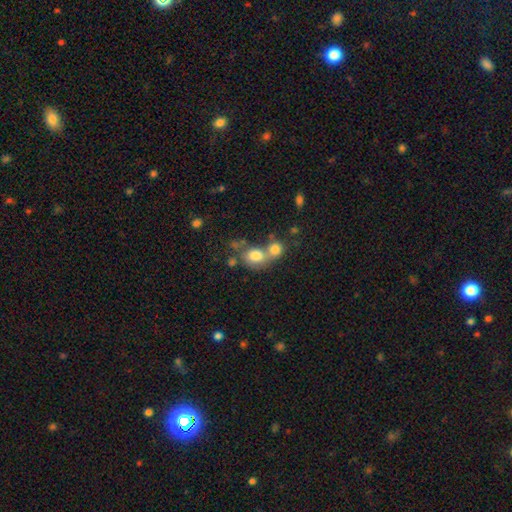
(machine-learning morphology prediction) smooth_or_featured: smooth (p=0.75) [alt: featured or disk p=0.14]
how_rounded: round (p=0.60) [alt: in between p=0.39]
merging: merger (p=0.59) [alt: none p=0.28]